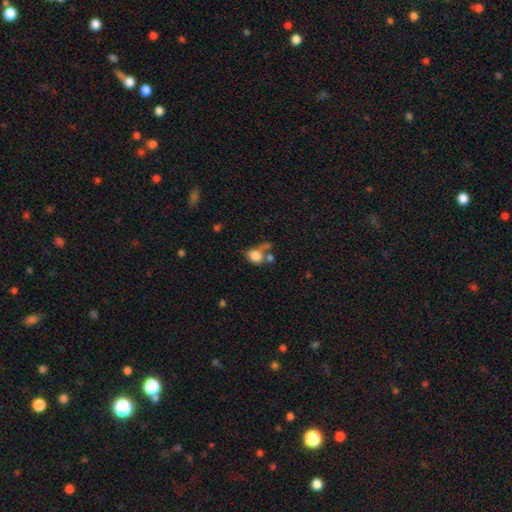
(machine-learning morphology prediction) Overall: smooth (81%). How rounded: round (51%; in between 47%). Merging: none (41%; merger 32%).